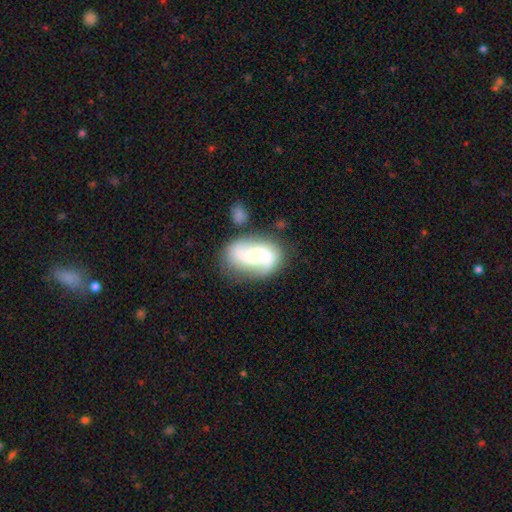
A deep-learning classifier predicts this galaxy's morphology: featured or disk 76%, smooth 17%, star or artifact 6%. Down the decision tree: edge-on disk — no (97%); bar — no (50%); spiral arms — yes (95%); spiral arm count — 2 (88%); spiral winding — medium (44%); bulge size — moderate (47%); merging — none (67%).